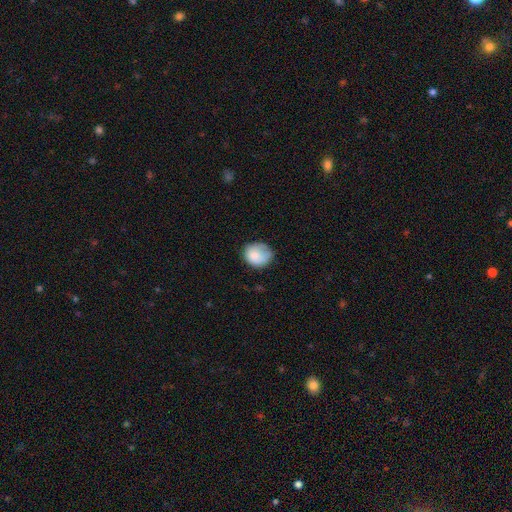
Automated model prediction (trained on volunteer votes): smooth_or_featured: smooth (p=0.82) [alt: featured or disk p=0.11]
how_rounded: round (p=0.67) [alt: in between p=0.32]
merging: none (p=0.56) [alt: minor disturbance p=0.31]